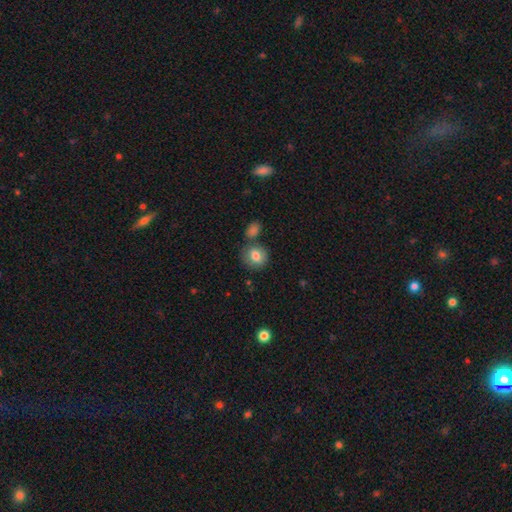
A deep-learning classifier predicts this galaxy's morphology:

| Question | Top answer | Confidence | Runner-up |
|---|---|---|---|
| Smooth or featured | smooth | 81% | featured or disk (10%) |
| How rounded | round | 76% | in between (23%) |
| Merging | none | 71% | merger (14%) |